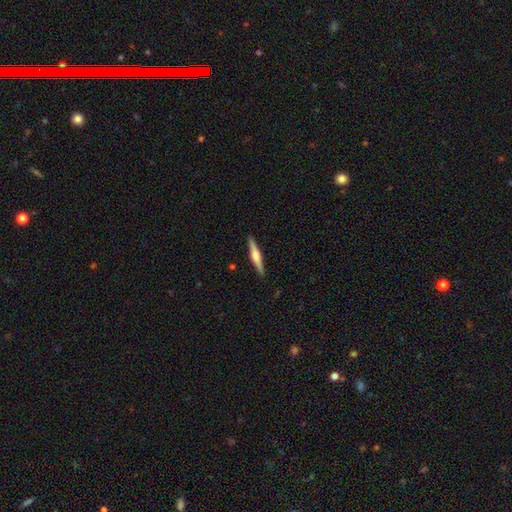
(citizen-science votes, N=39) A featured or disk galaxy (56%) viewed edge-on (100%) with a rounded central bulge (77%). Merging: none (92%).